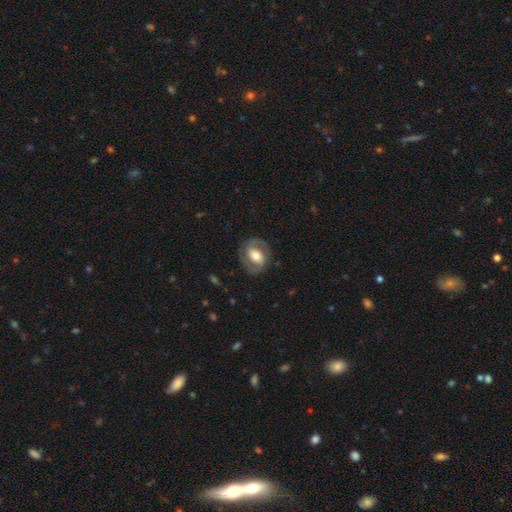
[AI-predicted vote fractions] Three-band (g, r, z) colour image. It shows a featured or disk galaxy (73%) with a weak bar (38%), 2 (89%) medium (50%) spiral arms (85%) and a moderate central bulge (56%). Merging: none (80%).